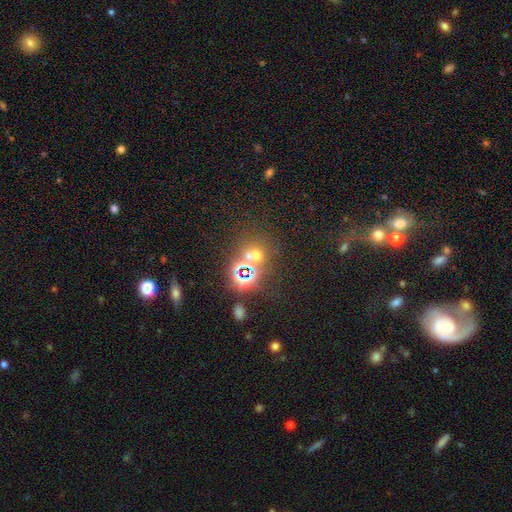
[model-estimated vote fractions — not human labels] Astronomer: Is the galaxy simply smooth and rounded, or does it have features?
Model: star or artifact — 45% (runner-up: smooth, 43%).